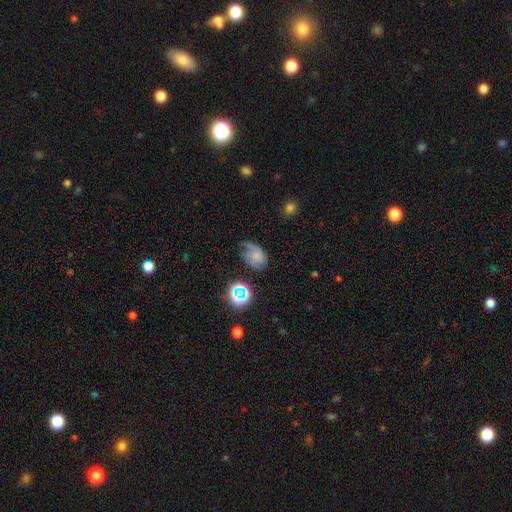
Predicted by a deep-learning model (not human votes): smooth_or_featured: smooth (p=0.46) [alt: featured or disk p=0.38]
merging: none (p=0.36) [alt: minor disturbance p=0.33]